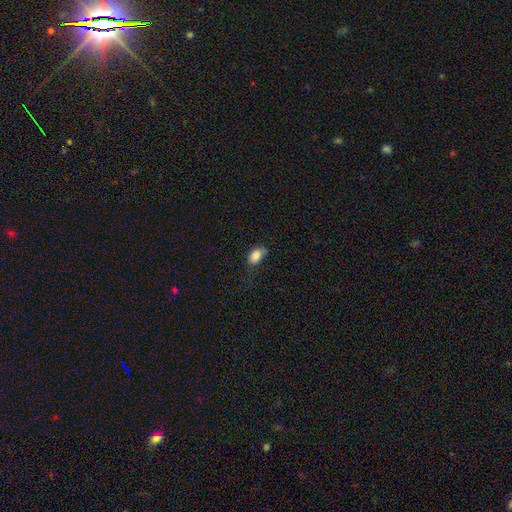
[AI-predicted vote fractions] smooth 85%, star or artifact 8%, featured or disk 7%. Down the decision tree: how rounded — in between (89%); merging — none (57%).